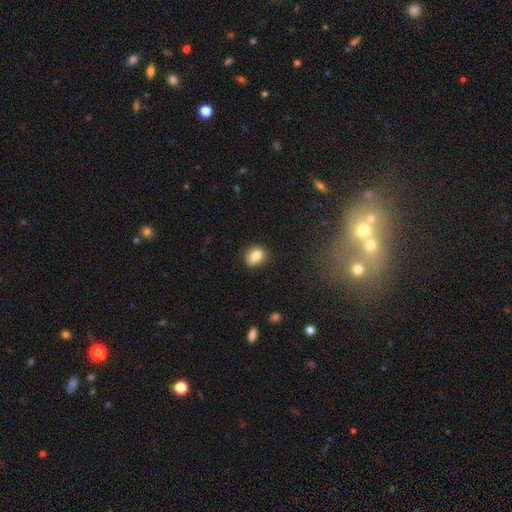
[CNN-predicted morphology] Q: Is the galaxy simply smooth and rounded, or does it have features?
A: smooth — 84%.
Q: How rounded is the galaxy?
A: in between — 52%.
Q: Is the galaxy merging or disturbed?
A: none — 84%.